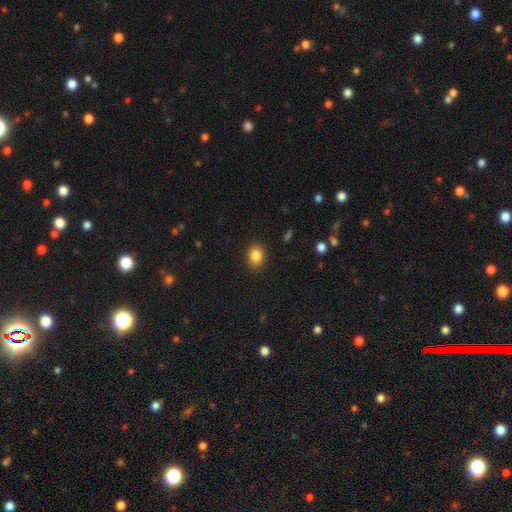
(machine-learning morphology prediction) Smooth or featured: smooth — 86% (star or artifact — 9%)
How rounded: in between — 65% (round — 34%)
Merging: none — 88% (minor disturbance — 8%)